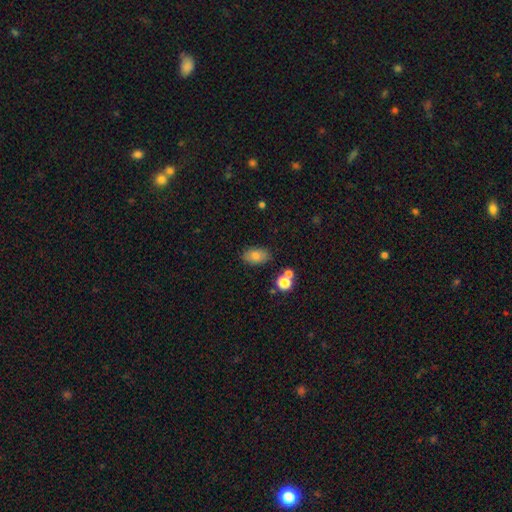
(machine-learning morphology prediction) Smooth or featured: smooth — 80% (featured or disk — 10%)
How rounded: in between — 89% (round — 9%)
Merging: none — 80% (minor disturbance — 12%)